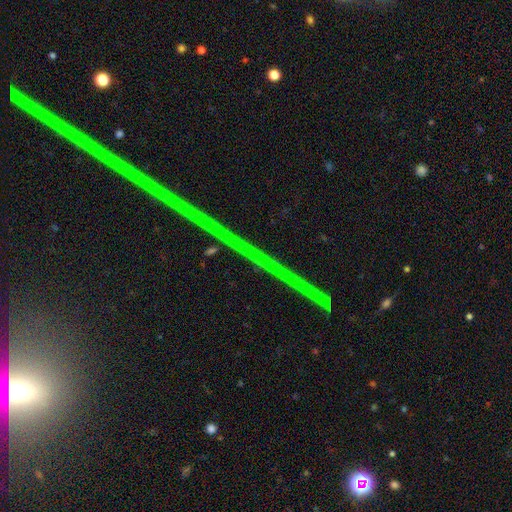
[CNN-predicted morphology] The model was most divided on "smooth or featured": star or artifact: 83%, featured or disk: 10%, smooth: 7%.